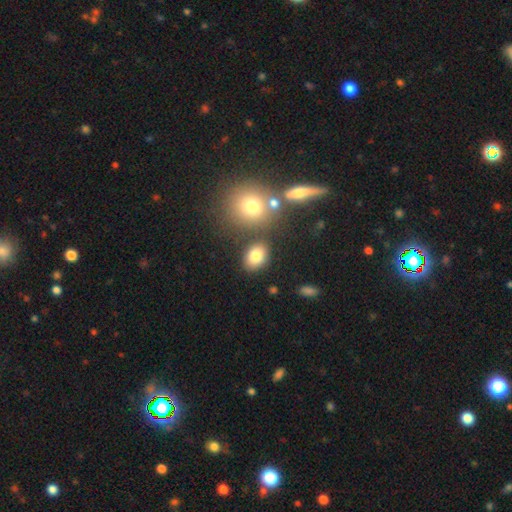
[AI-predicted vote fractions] Morphology: type=smooth (80%); roundness=in between (66%); merging=none (76%).